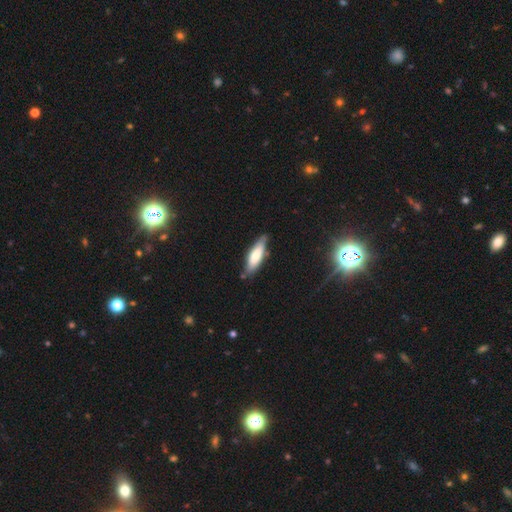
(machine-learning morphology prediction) smooth 68%, featured or disk 26%, star or artifact 6%. Down the decision tree: how rounded — cigar-shaped (53%); merging — none (75%).